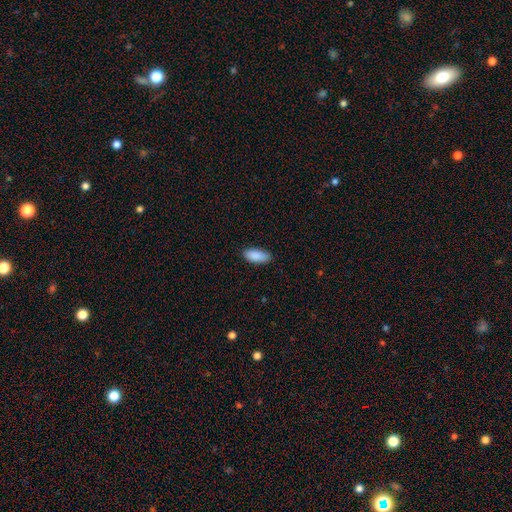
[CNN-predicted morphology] This is clearly a smooth galaxy (90%). How rounded: clearly in between (86%). Merging: clearly none (86%).